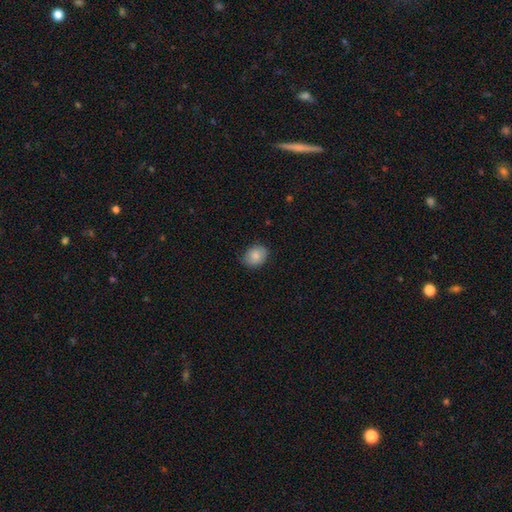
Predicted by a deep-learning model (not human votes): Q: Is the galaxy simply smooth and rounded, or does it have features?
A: smooth — 85%.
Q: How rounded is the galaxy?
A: in between — 54%.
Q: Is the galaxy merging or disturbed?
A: none — 80%.